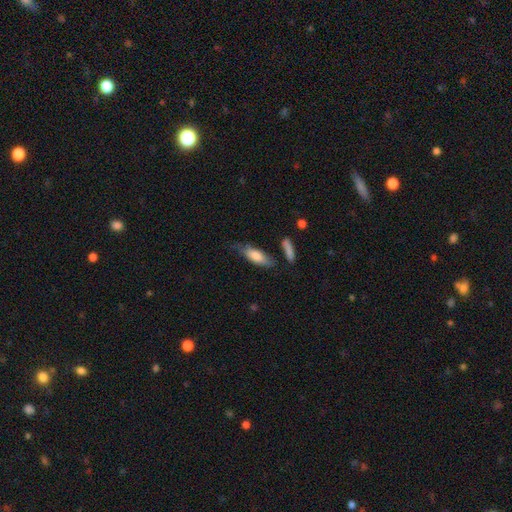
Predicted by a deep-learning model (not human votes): Smooth or featured? Predicted: smooth (p=0.75). How rounded? Predicted: in between (p=0.61). Merging? Predicted: none (p=0.54).